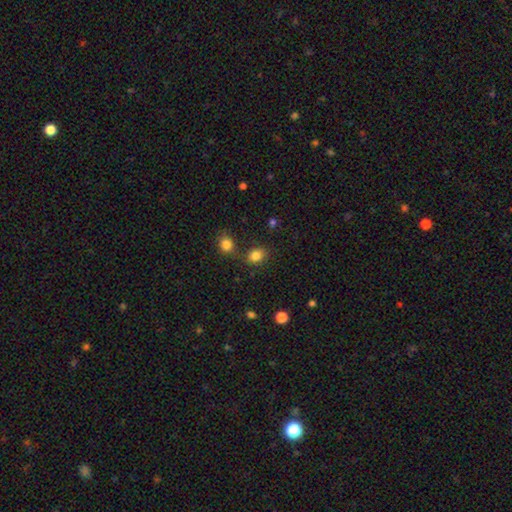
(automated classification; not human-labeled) Overall: smooth (83%). How rounded: in between (52%; round 47%). Merging: none (72%).